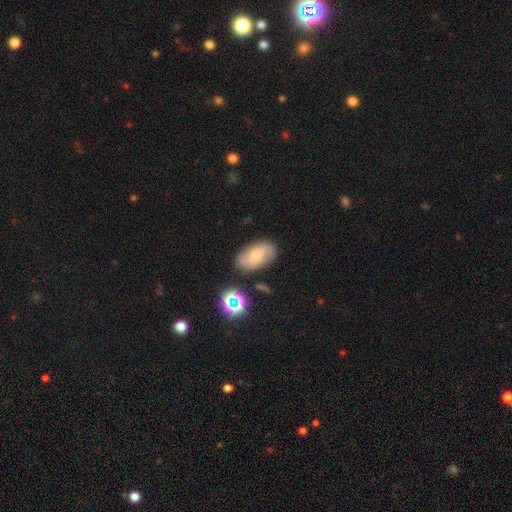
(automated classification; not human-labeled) Smooth or featured: featured or disk — 52% (smooth — 38%)
Edge-on disk: no — 94% (yes — 6%)
Merging: none — 74% (minor disturbance — 17%)